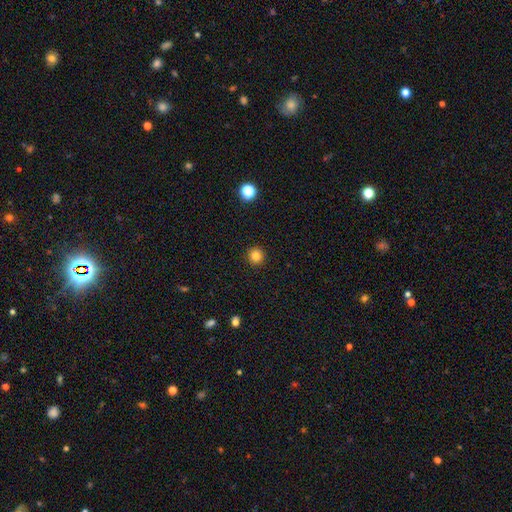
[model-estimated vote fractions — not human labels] Smooth or featured: smooth — 83% (star or artifact — 12%)
How rounded: round — 95% (in between — 4%)
Merging: none — 93% (minor disturbance — 4%)